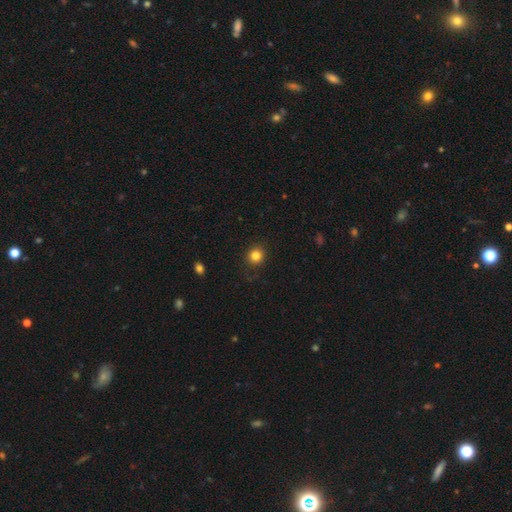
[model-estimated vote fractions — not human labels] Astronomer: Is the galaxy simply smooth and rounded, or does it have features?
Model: smooth — 83%.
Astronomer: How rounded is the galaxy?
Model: round — 88%.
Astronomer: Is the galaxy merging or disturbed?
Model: none — 88%.